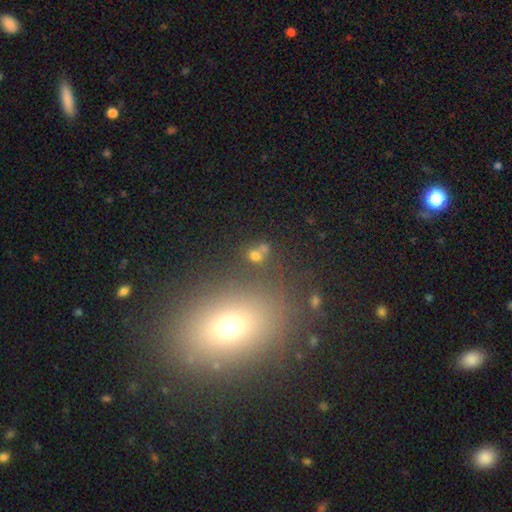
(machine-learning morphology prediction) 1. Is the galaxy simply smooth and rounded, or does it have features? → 66% smooth, 24% star or artifact, 10% featured or disk.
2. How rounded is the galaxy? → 72% round, 26% in between, 2% cigar-shaped.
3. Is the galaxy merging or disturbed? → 56% none, 28% merger, 10% minor disturbance, 6% major disturbance.